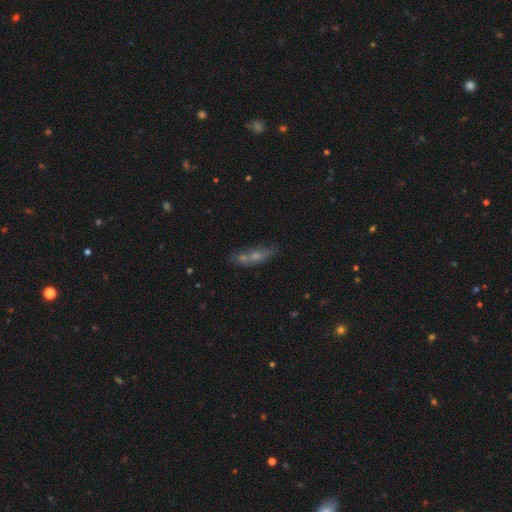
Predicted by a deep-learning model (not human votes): smooth-or-featured: smooth: 47% | featured or disk: 35% | star or artifact: 17%
  merging: none: 52% | merger: 26% | minor disturbance: 16% | major disturbance: 7%